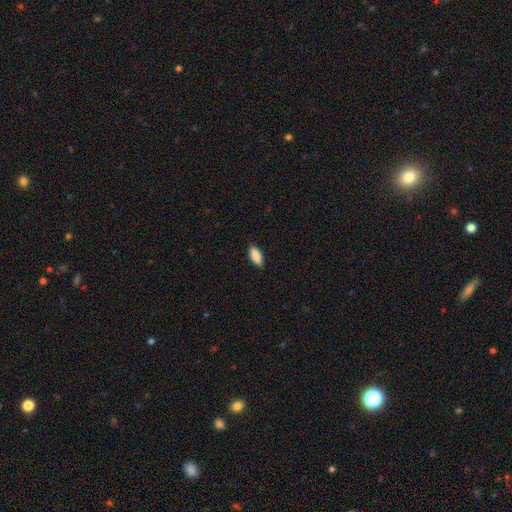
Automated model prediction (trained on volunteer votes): smooth-or-featured: smooth: 88% | star or artifact: 6% | featured or disk: 6%
  how-rounded: in between: 81% | cigar-shaped: 17% | round: 2%
  merging: none: 85% | minor disturbance: 12% | major disturbance: 2% | merger: 1%